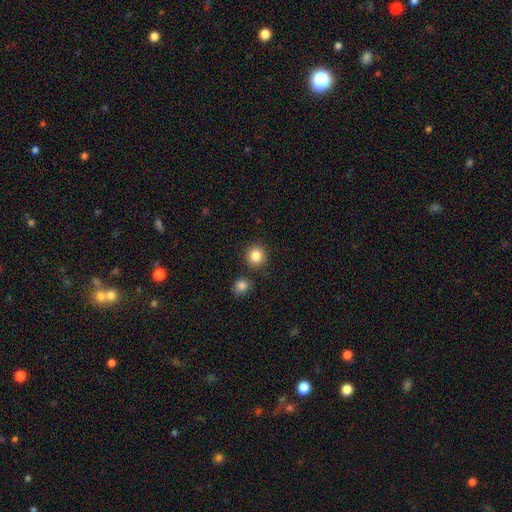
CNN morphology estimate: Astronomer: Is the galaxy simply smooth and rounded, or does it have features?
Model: smooth — 85%.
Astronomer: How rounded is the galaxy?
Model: round — 91%.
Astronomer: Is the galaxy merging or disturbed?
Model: none — 85%.